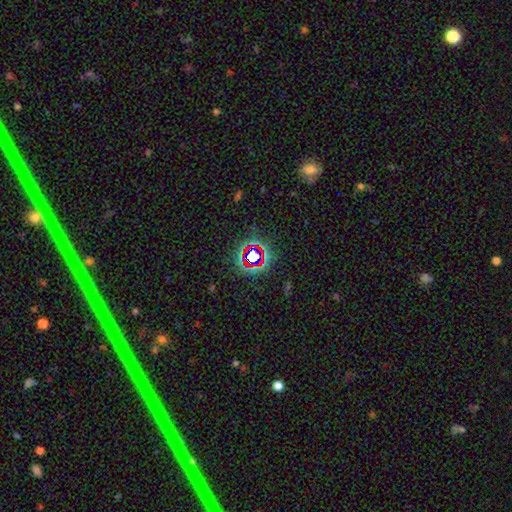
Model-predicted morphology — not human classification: smooth-or-featured: star or artifact: 71% | smooth: 18% | featured or disk: 10%